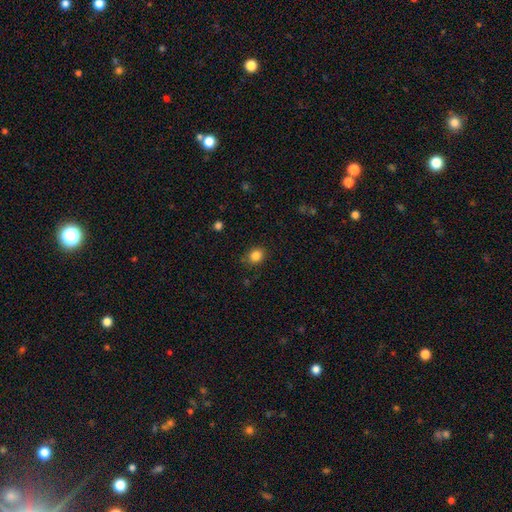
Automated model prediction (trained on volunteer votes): This is clearly a smooth galaxy (84%). How rounded: likely round (63%). Merging: clearly none (82%).